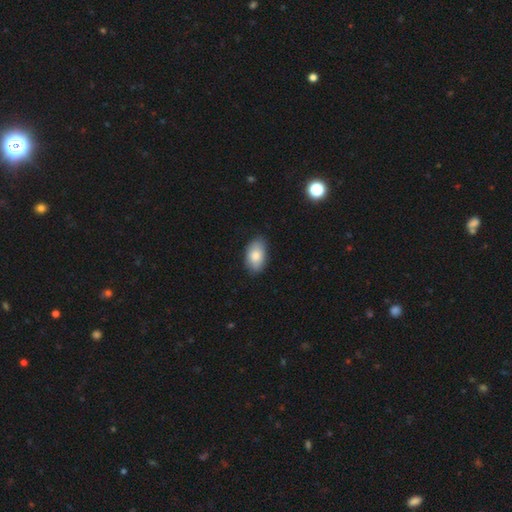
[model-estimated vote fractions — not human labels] A smooth galaxy with no disk features (81%) that is in between round and cigar-shaped (92%). Merging: none (80%).